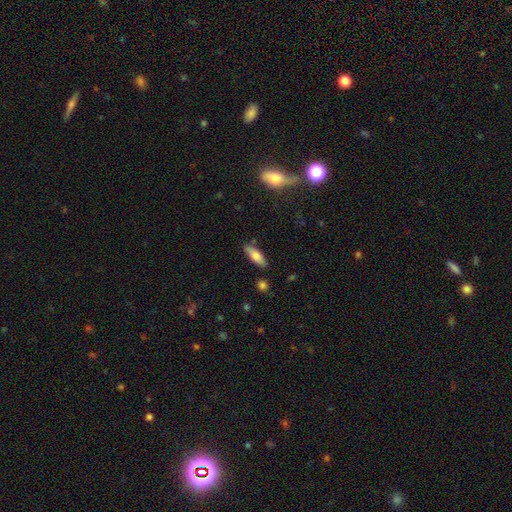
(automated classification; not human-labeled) smooth 73%, featured or disk 20%, star or artifact 7%. Down the decision tree: how rounded — in between (61%); merging — none (82%).